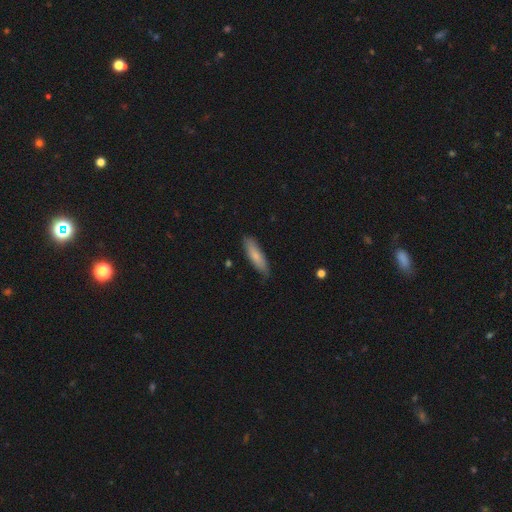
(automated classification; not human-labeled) smooth 77%, featured or disk 17%, star or artifact 6%. Down the decision tree: how rounded — cigar-shaped (65%); merging — none (81%).